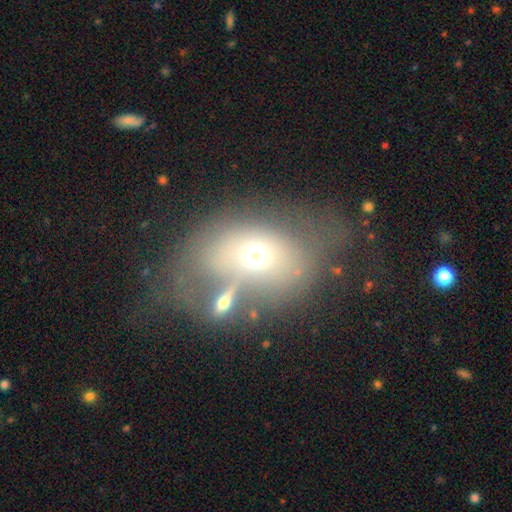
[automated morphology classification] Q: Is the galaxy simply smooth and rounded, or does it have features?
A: smooth — 54%.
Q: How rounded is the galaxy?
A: in between — 67%.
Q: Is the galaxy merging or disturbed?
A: none — 28%.